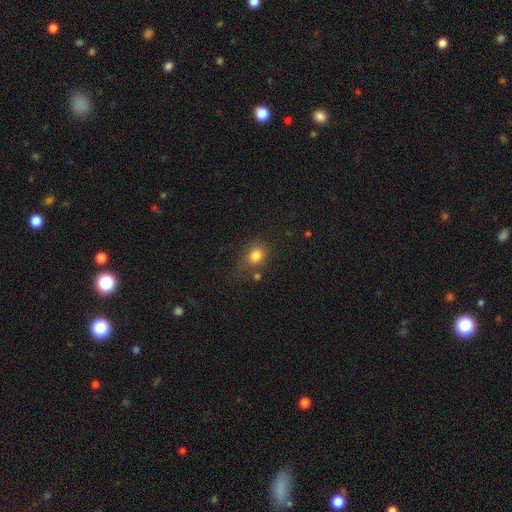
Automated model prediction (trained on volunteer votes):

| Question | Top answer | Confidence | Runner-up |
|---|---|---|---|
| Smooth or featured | smooth | 81% | star or artifact (12%) |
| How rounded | round | 56% | in between (43%) |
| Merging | none | 68% | minor disturbance (18%) |